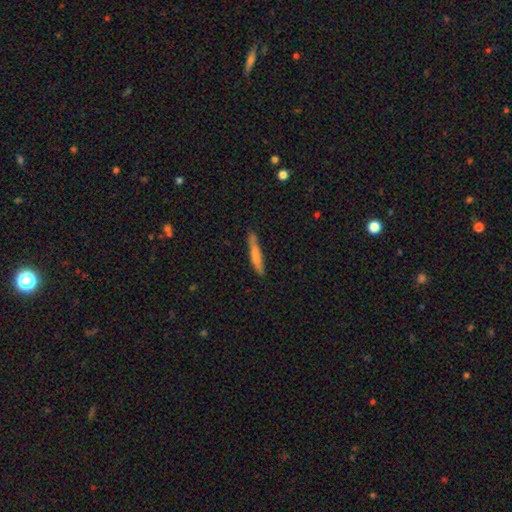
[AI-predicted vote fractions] smooth_or_featured: smooth (p=0.71) [alt: featured or disk p=0.23]
how_rounded: cigar-shaped (p=0.93) [alt: in between p=0.06]
merging: none (p=0.79) [alt: minor disturbance p=0.16]